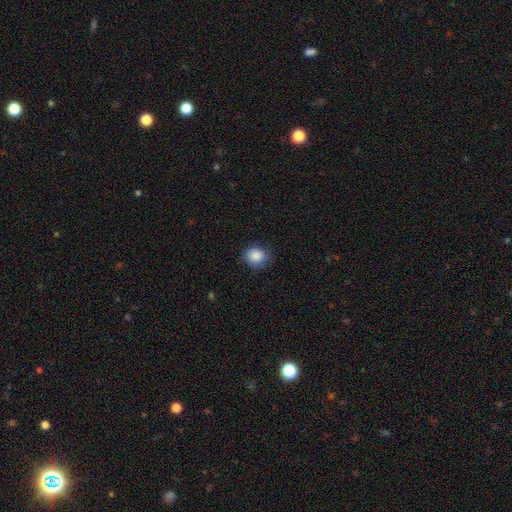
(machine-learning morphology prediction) smooth_or_featured: smooth (p=0.87) [alt: star or artifact p=0.08]
how_rounded: round (p=0.62) [alt: in between p=0.37]
merging: none (p=0.79) [alt: minor disturbance p=0.16]